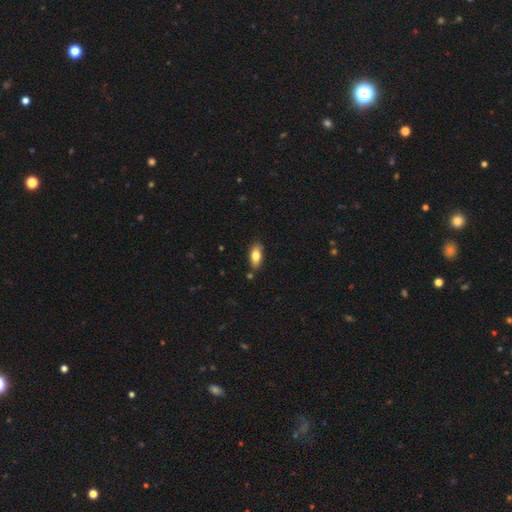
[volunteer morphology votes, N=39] This appears to be a smooth galaxy with no disk features (85%) that is in between round and cigar-shaped (73%). Merging: none (76%).